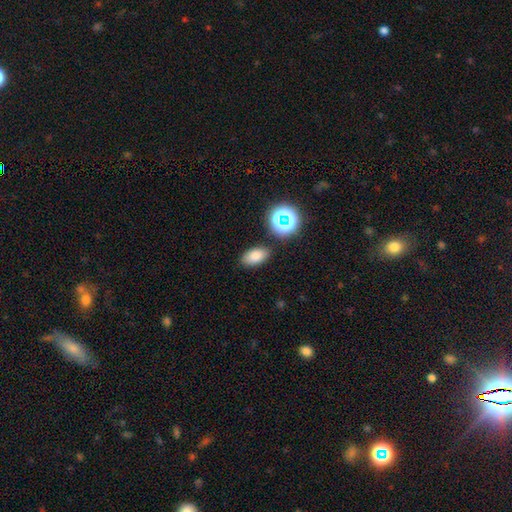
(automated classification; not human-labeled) smooth_or_featured: smooth (p=0.77) [alt: star or artifact p=0.14]
how_rounded: in between (p=0.89) [alt: round p=0.09]
merging: none (p=0.84) [alt: minor disturbance p=0.10]